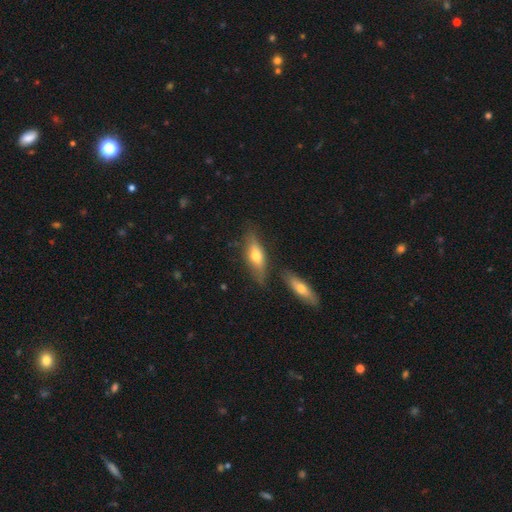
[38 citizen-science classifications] Morphology: type=smooth (50%); roundness=in between (47%, tied with cigar-shaped); merging=none (57%).